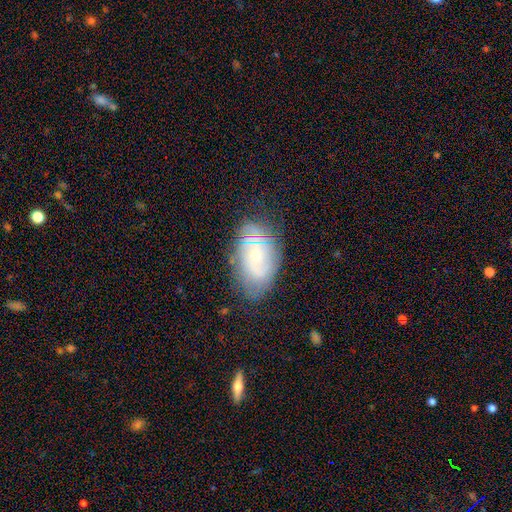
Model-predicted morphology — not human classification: featured or disk 63%, smooth 28%, star or artifact 9%. Down the decision tree: edge-on disk — no (95%); bar — no (73%); spiral arms — yes (80%); bulge size — small (62%); merging — none (72%).